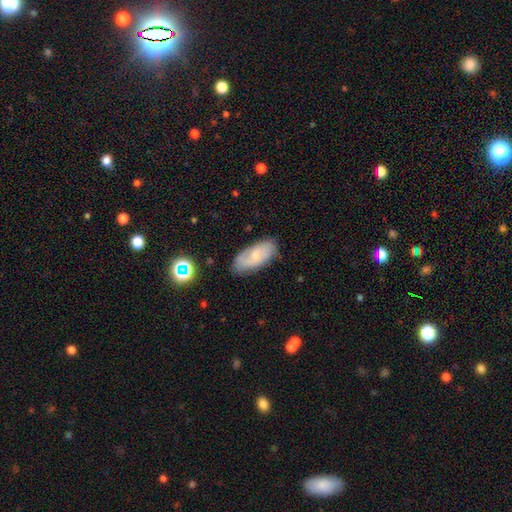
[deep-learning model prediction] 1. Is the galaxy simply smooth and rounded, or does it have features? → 53% smooth, 39% featured or disk, 8% star or artifact.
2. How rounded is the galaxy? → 88% in between, 9% cigar-shaped, 3% round.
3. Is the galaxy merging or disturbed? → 73% none, 20% minor disturbance, 4% major disturbance, 2% merger.